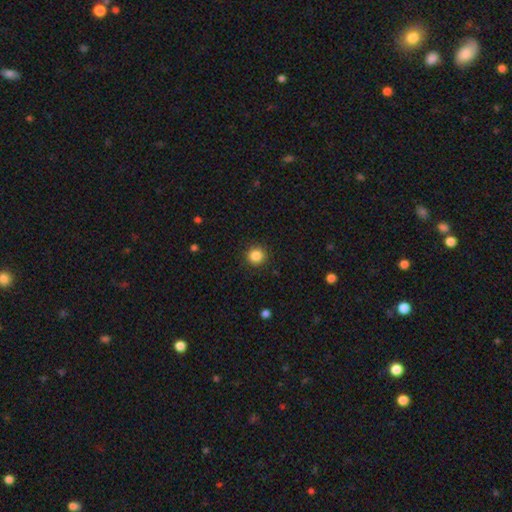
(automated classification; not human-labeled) This appears to be a smooth galaxy with no disk features (86%) that is round (95%). Merging: none (91%).